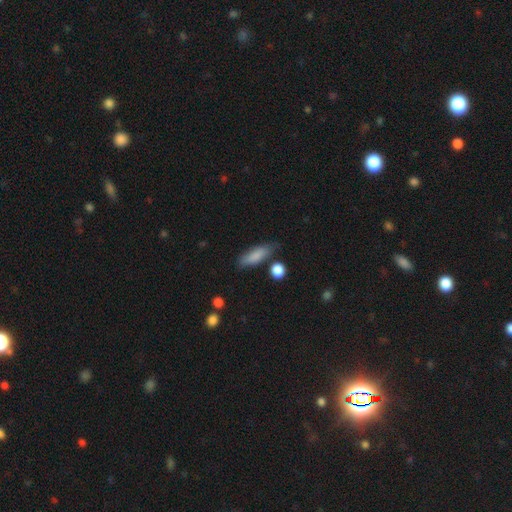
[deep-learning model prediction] smooth-or-featured: smooth: 82% | featured or disk: 11% | star or artifact: 7%
  how-rounded: in between: 62% | cigar-shaped: 35% | round: 3%
  merging: none: 69% | minor disturbance: 20% | merger: 6% | major disturbance: 5%